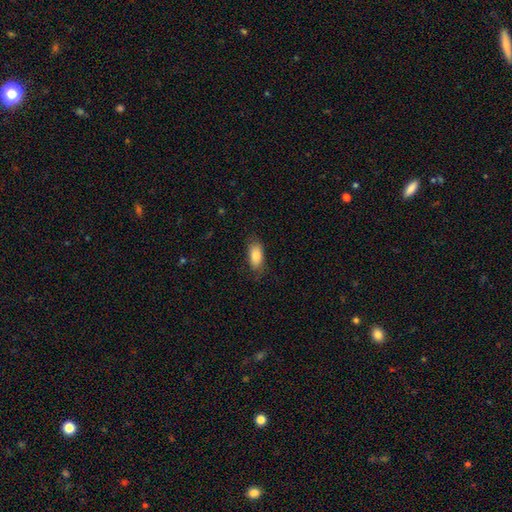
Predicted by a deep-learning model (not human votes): Smooth or featured? Predicted: smooth (p=0.85). How rounded? Predicted: in between (p=0.88). Merging? Predicted: none (p=0.78).